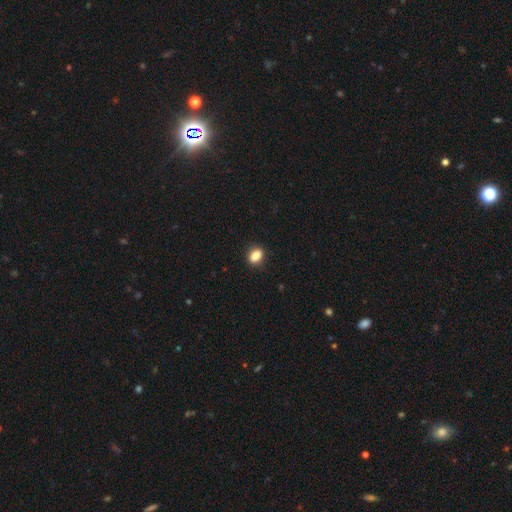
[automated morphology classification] Smooth or featured: smooth — 86% (star or artifact — 9%)
How rounded: in between — 74% (round — 23%)
Merging: none — 88% (minor disturbance — 9%)